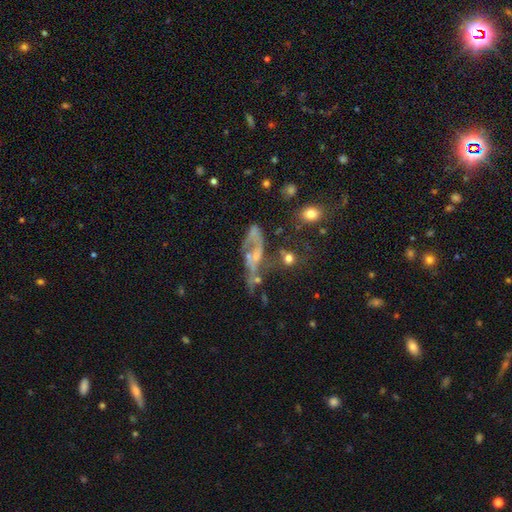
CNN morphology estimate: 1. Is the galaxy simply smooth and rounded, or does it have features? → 59% featured or disk, 21% smooth, 20% star or artifact.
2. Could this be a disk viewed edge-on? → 87% no, 13% yes.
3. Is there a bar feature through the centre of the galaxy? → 69% no, 23% weak, 8% strong.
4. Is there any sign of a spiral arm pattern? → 50% no (tied), 50% yes (tied).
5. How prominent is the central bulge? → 39% small, 36% none, 20% moderate, 3% large, 2% dominant.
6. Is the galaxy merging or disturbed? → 32% major disturbance, 31% none, 20% merger, 18% minor disturbance.